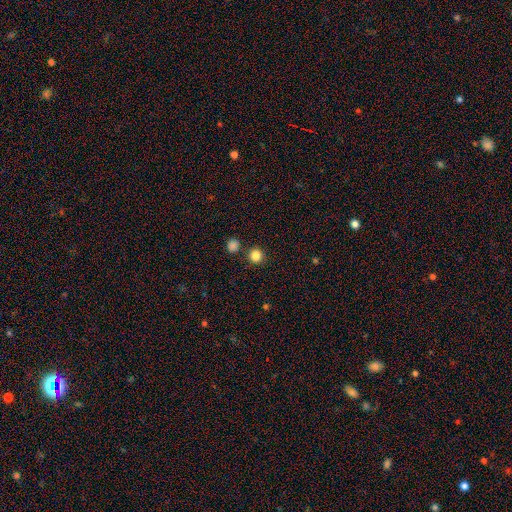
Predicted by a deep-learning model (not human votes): Smooth or featured? smooth (85%)
How rounded? round (92%)
Merging? none (86%)